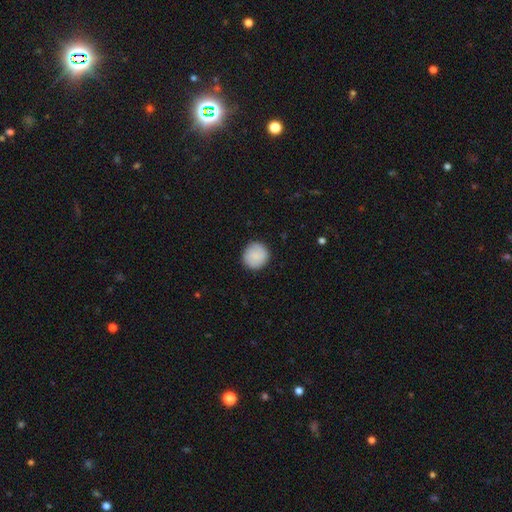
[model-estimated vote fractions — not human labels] This is clearly a smooth galaxy (87%). How rounded: clearly round (93%). Merging: clearly none (90%).